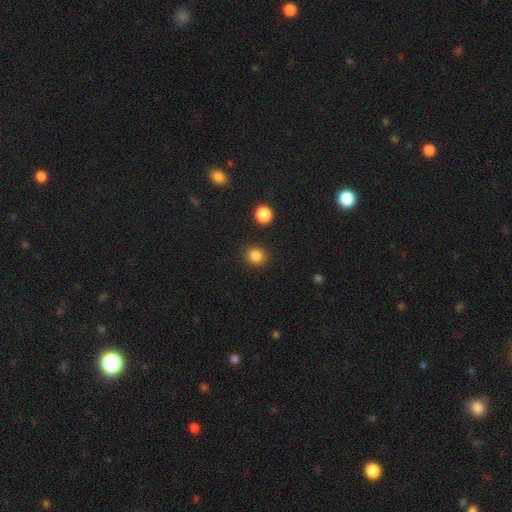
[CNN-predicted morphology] This is clearly a smooth galaxy (85%). How rounded: clearly round (86%). Merging: clearly none (90%).